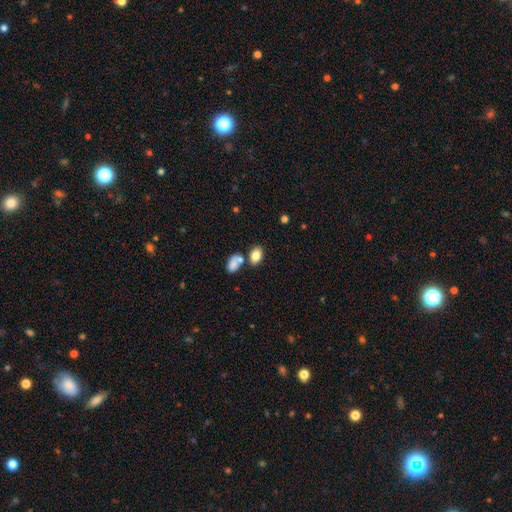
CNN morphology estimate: This appears to be a smooth galaxy with no disk features (81%) that is in between round and cigar-shaped (85%). Merging: none (55%).